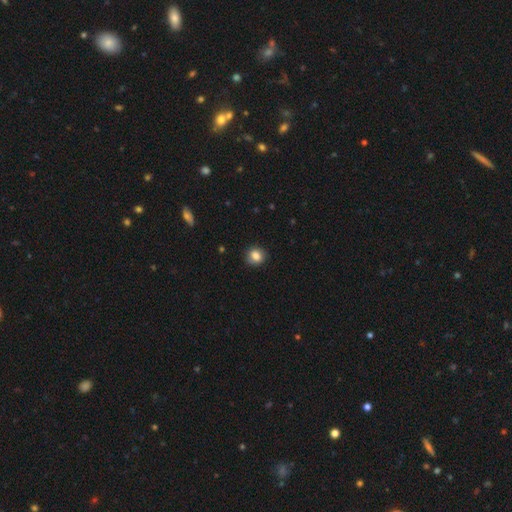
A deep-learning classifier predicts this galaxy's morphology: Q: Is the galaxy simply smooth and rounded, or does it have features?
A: smooth — 84%.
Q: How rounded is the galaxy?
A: round — 72%.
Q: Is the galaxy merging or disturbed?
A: none — 83%.